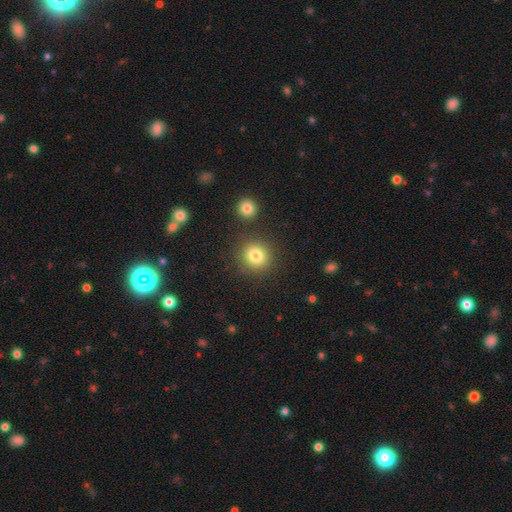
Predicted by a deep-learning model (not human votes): Morphology: type=smooth (82%); roundness=round (89%); merging=none (84%).